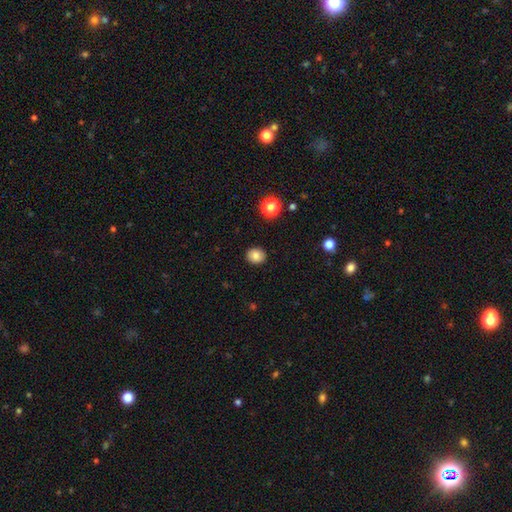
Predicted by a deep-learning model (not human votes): Smooth or featured: smooth — 83% (star or artifact — 10%)
How rounded: round — 72% (in between — 27%)
Merging: none — 91% (minor disturbance — 6%)